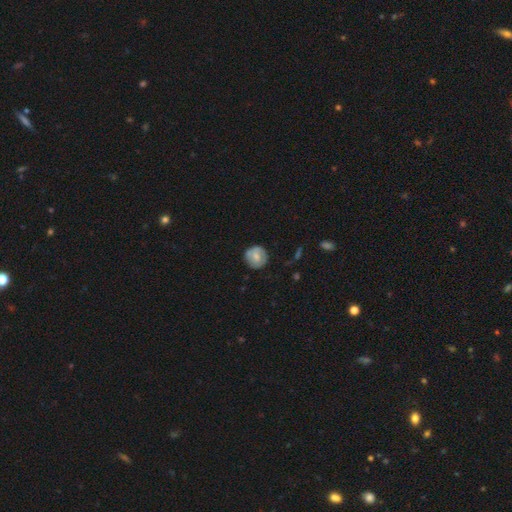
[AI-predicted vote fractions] Q: Smooth or featured?
A: smooth (57%); runner-up: featured or disk (37%)
Q: How rounded?
A: round (90%); runner-up: in between (9%)
Q: Merging?
A: none (78%); runner-up: minor disturbance (17%)